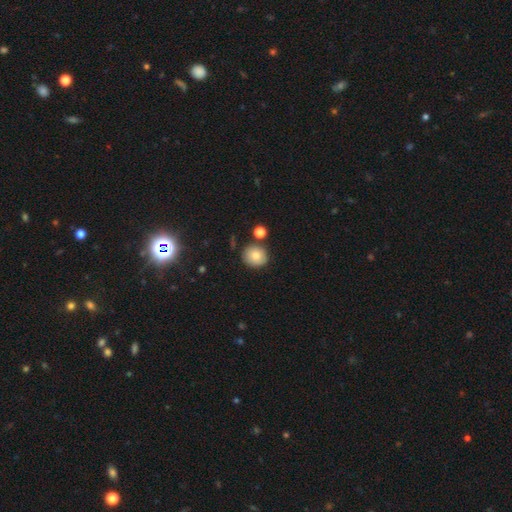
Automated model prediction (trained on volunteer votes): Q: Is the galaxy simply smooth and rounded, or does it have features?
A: smooth — 81%.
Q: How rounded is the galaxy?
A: round — 83%.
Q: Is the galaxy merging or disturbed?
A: none — 79%.